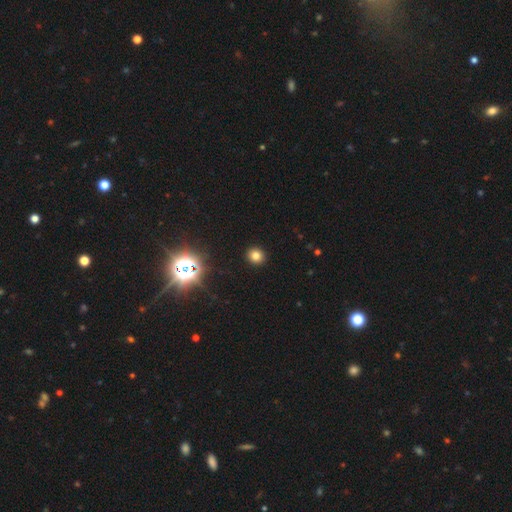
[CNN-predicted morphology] Smooth or featured?
  - smooth: 76% *
  - star or artifact: 18%
  - featured or disk: 6%
How rounded?
  - round: 87% *
  - in between: 12%
  - cigar-shaped: 1%
Merging?
  - none: 92% *
  - minor disturbance: 5%
  - major disturbance: 2%
  - merger: 1%